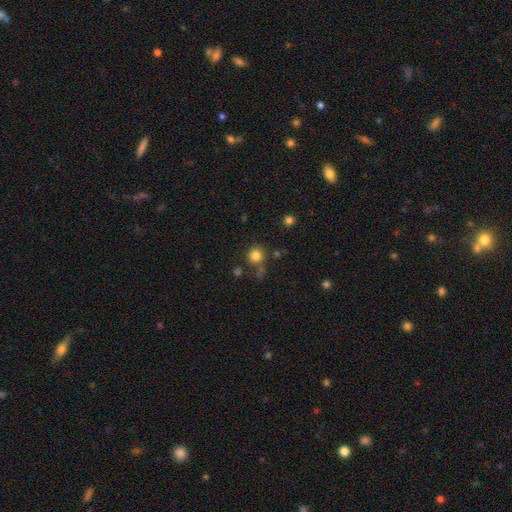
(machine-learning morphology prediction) A smooth galaxy with no disk features (81%) that is round (93%). Merging: none (76%).